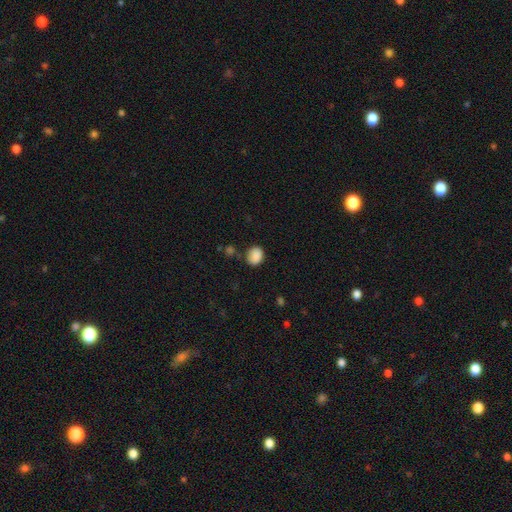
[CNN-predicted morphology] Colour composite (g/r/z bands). It shows a smooth galaxy with no disk features (88%) that is in between round and cigar-shaped (51%). Merging: none (75%).